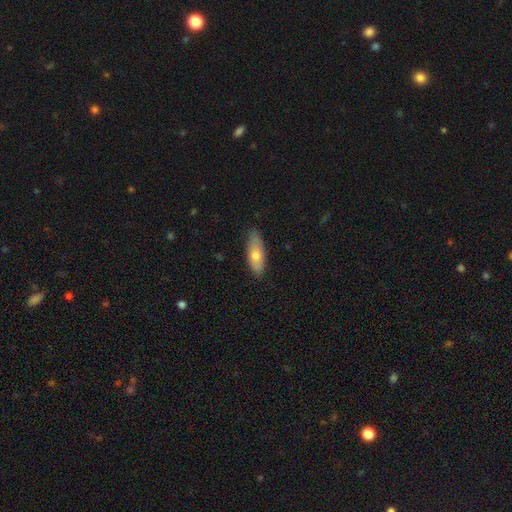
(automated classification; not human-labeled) This appears to be a smooth galaxy with no disk features (67%) that is in between round and cigar-shaped (66%). Merging: none (83%).